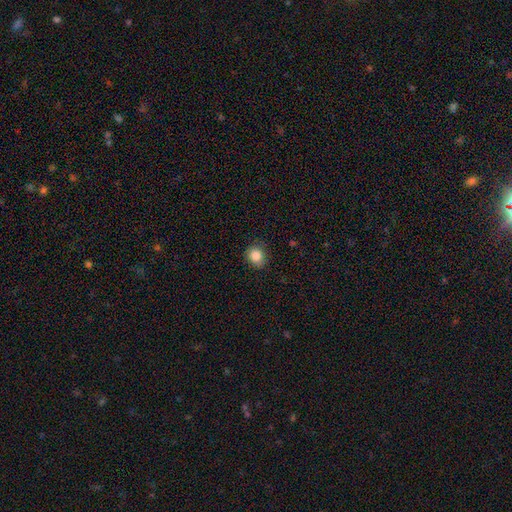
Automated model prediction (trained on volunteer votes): Morphology: type=smooth (84%); roundness=round (78%); merging=none (87%).